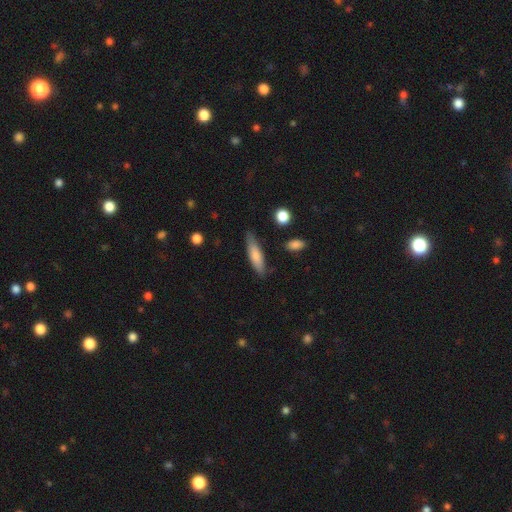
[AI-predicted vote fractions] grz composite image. It shows a smooth galaxy with no disk features (74%) that is cigar-shaped (68%). Merging: none (78%).